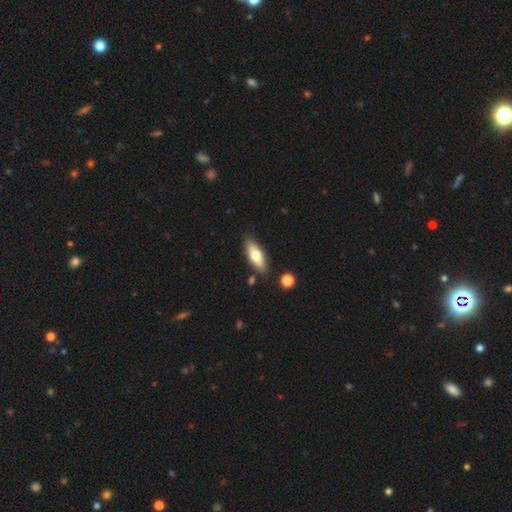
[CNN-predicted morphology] Overall: smooth (68%). How rounded: in between (68%; cigar-shaped 29%). Merging: none (84%).